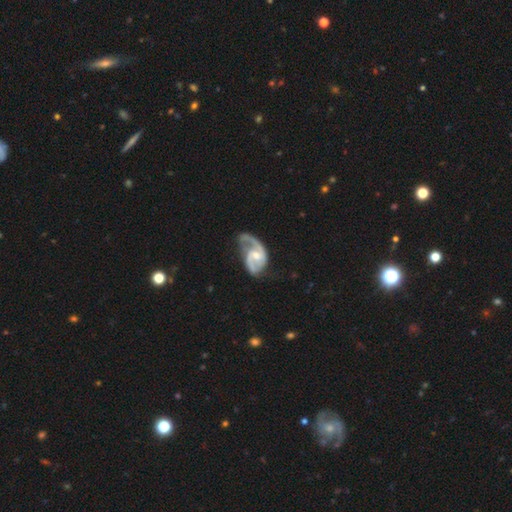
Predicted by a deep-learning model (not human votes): Smooth or featured? featured or disk (86%)
Edge-on disk? no (97%)
Bar? weak (49%)
Spiral arms? yes (95%)
Spiral winding? medium (49%)
Spiral arm count? 2 (74%)
Bulge size? moderate (47%)
Merging? none (41%)